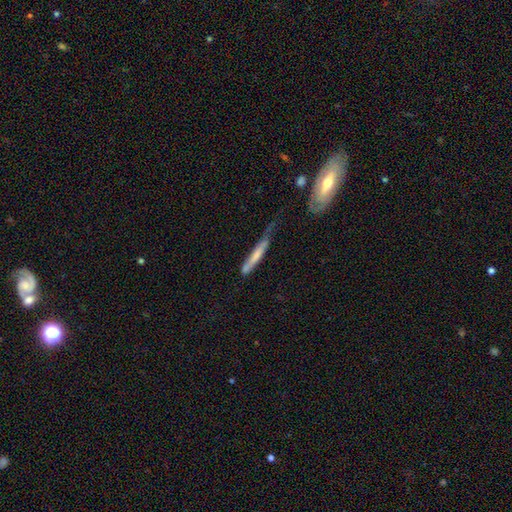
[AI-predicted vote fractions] A smooth galaxy with no disk features (54%) that is cigar-shaped (93%). Merging: none (36%).